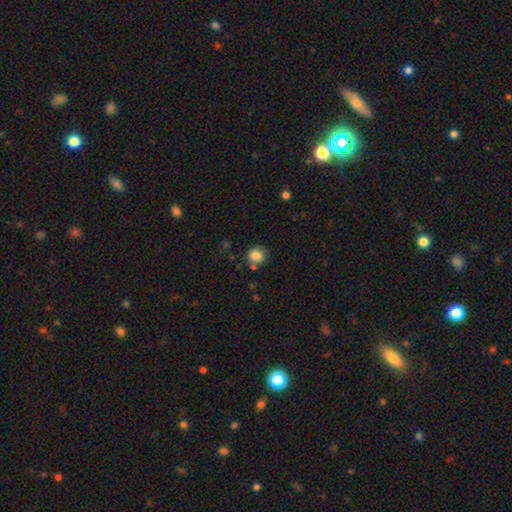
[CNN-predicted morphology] This appears to be a smooth galaxy with no disk features (83%) that is round (88%). Merging: none (80%).